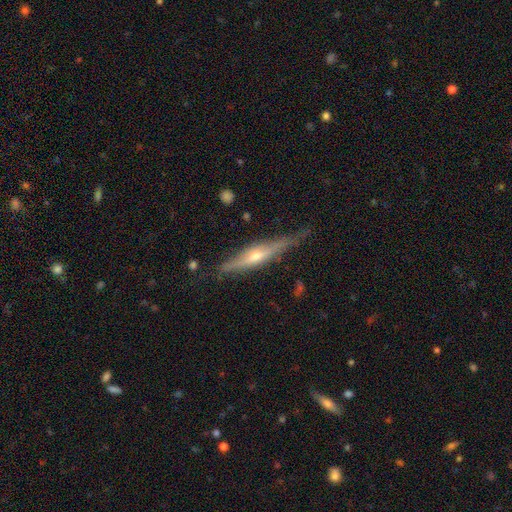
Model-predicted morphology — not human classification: A featured or disk galaxy (75%) viewed edge-on (95%) with a rounded central bulge (85%). Merging: none (78%).